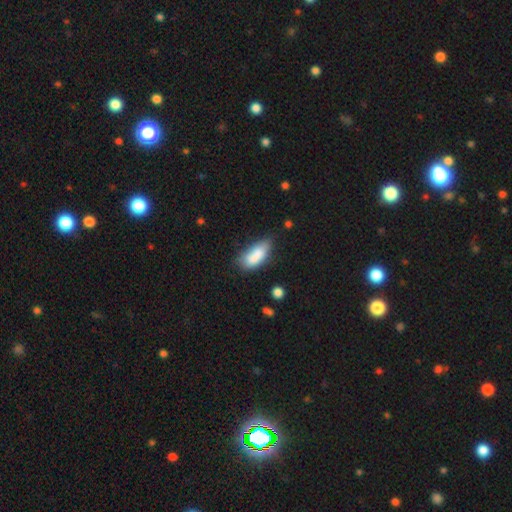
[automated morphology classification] smooth_or_featured: smooth (p=0.79) [alt: featured or disk p=0.13]
how_rounded: in between (p=0.84) [alt: cigar-shaped p=0.13]
merging: none (p=0.46) [alt: minor disturbance p=0.32]